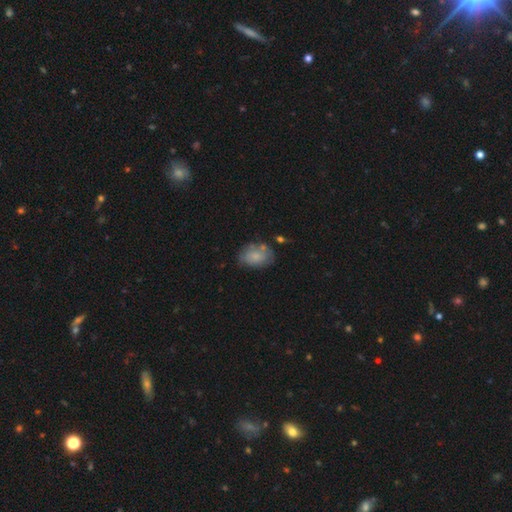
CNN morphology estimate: Smooth or featured? Predicted: smooth (p=0.73). How rounded? Predicted: in between (p=0.81). Merging? Predicted: none (p=0.60).